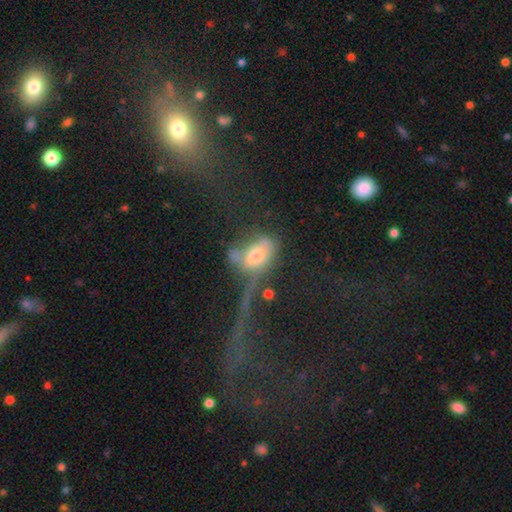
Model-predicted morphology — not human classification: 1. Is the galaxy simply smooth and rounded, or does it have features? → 53% smooth, 33% featured or disk, 14% star or artifact.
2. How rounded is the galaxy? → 79% in between, 17% round, 4% cigar-shaped.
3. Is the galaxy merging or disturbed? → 48% major disturbance, 19% merger, 19% none, 13% minor disturbance.